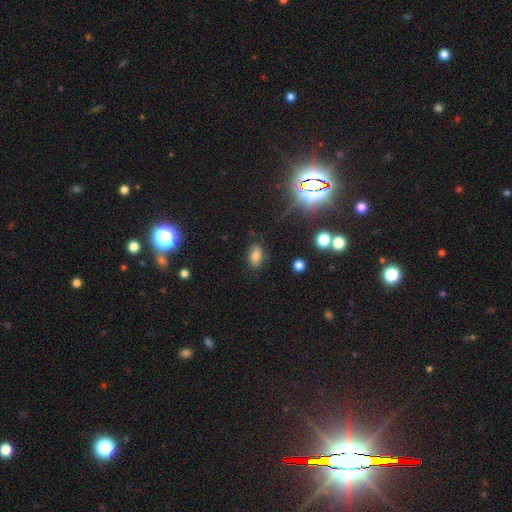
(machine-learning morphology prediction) Smooth or featured: smooth — 76% (star or artifact — 16%)
How rounded: in between — 89% (round — 8%)
Merging: none — 81% (minor disturbance — 13%)